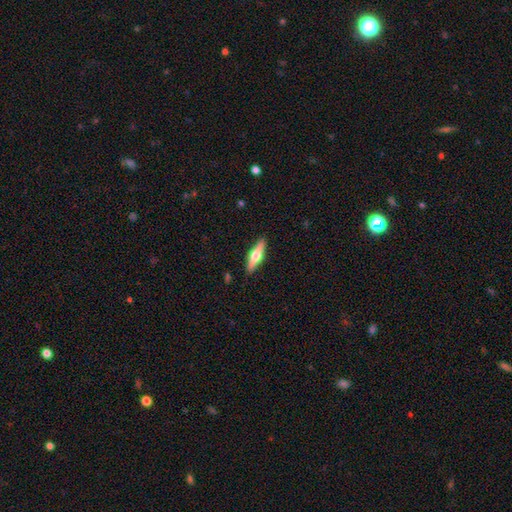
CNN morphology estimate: smooth-or-featured: featured or disk: 58% | smooth: 37% | star or artifact: 5%
  disk-edge-on: yes: 95% | no: 5%
    edge-on-bulge: rounded: 95% | boxy: 4% | none: 2%
  merging: none: 89% | minor disturbance: 8% | major disturbance: 2% | merger: 1%